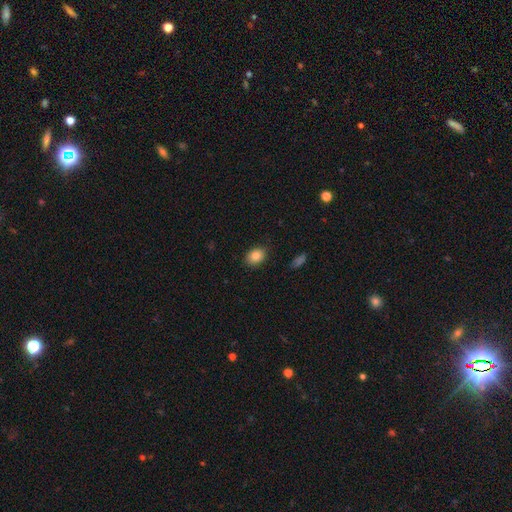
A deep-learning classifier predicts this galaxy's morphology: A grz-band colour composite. It shows a smooth galaxy with no disk features (84%) that is in between round and cigar-shaped (74%). Merging: none (86%).